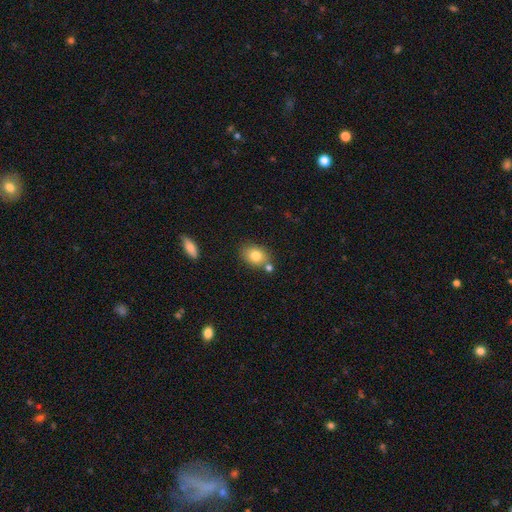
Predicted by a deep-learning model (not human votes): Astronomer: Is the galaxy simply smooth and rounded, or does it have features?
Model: smooth — 80%.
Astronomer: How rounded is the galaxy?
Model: in between — 66%.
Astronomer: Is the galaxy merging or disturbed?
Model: none — 70%.